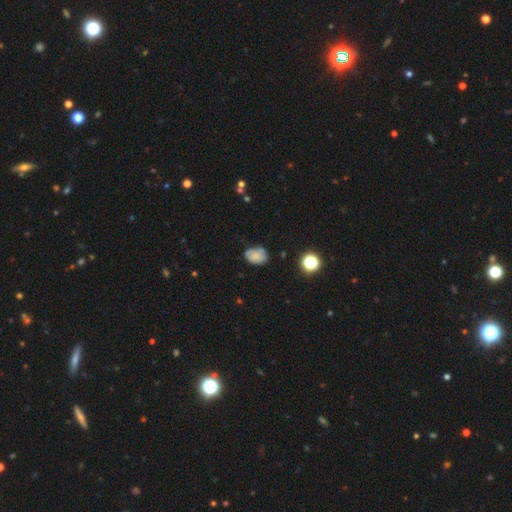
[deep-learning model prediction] This is likely a smooth galaxy (73%). How rounded: likely in between (74%). Merging: likely none (61%).